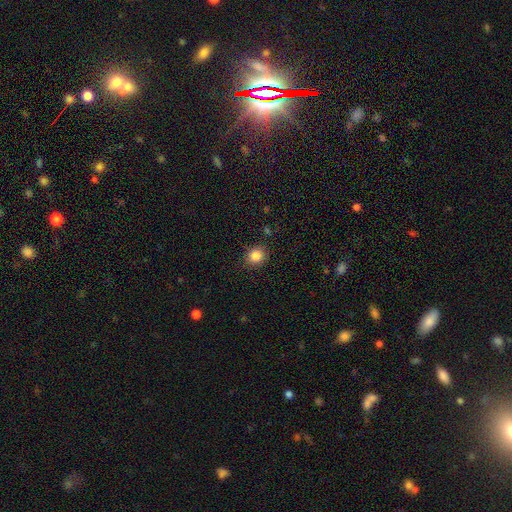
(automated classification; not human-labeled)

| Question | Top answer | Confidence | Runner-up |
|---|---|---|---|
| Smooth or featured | smooth | 85% | star or artifact (10%) |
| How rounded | round | 81% | in between (18%) |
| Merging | none | 88% | minor disturbance (8%) |